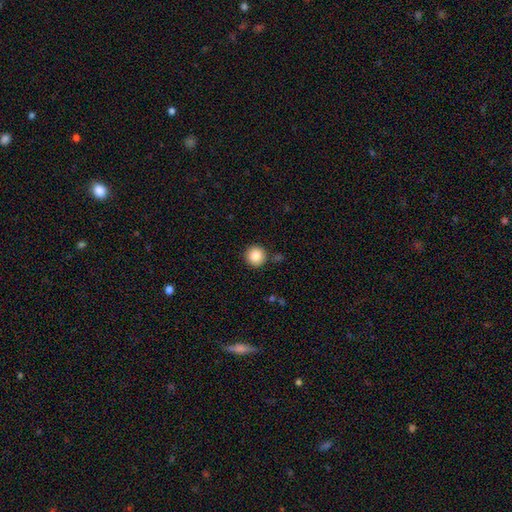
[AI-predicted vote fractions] This is clearly a smooth galaxy (85%). How rounded: clearly round (95%). Merging: clearly none (88%).